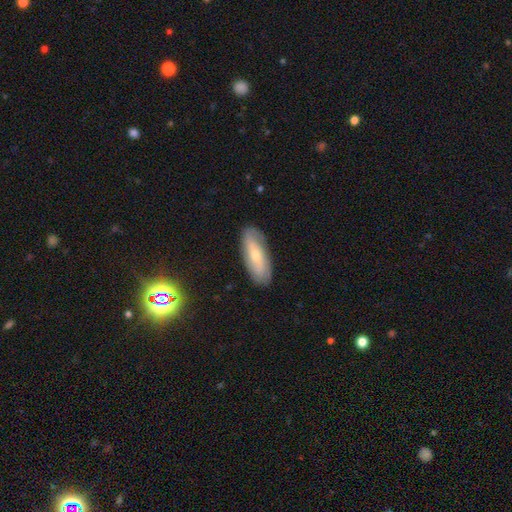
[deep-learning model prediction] featured or disk 53%, smooth 39%, star or artifact 8%. Down the decision tree: edge-on disk — no (80%); merging — none (84%).